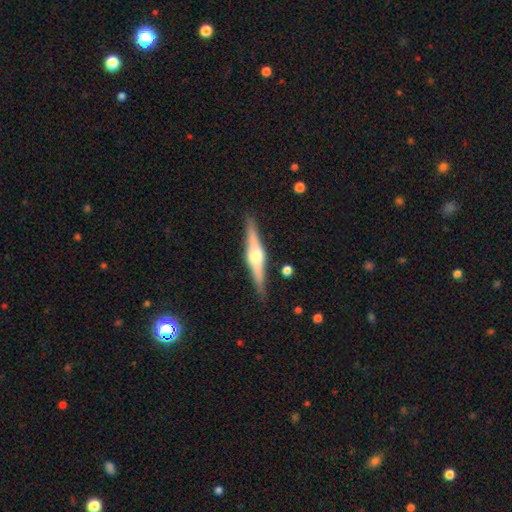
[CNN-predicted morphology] Smooth or featured?
  - featured or disk: 76% *
  - smooth: 18%
  - star or artifact: 5%
Edge-on disk?
  - yes: 98% *
  - no: 2%
Edge-on bulge?
  - rounded: 89% *
  - boxy: 8%
  - none: 2%
Merging?
  - none: 88% *
  - minor disturbance: 8%
  - merger: 2%
  - major disturbance: 2%